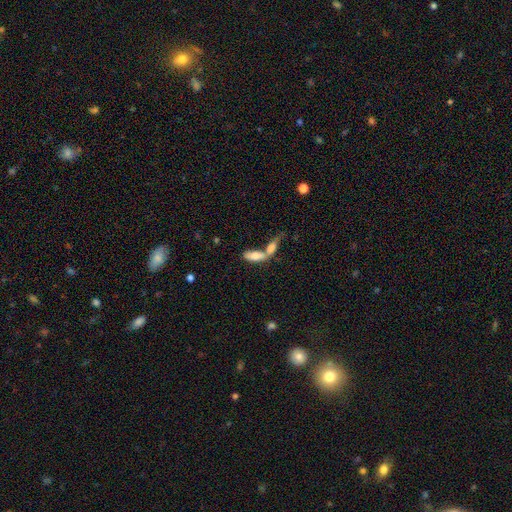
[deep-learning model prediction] Smooth or featured? Predicted: smooth (p=0.71). How rounded? Predicted: in between (p=0.77). Merging? Predicted: merger (p=0.70).